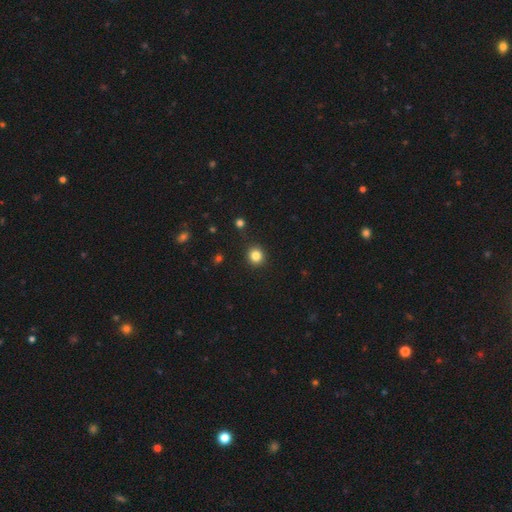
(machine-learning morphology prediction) Smooth or featured?
  - smooth: 83% *
  - star or artifact: 12%
  - featured or disk: 5%
How rounded?
  - round: 90% *
  - in between: 9%
  - cigar-shaped: 1%
Merging?
  - none: 90% *
  - minor disturbance: 6%
  - major disturbance: 2%
  - merger: 1%